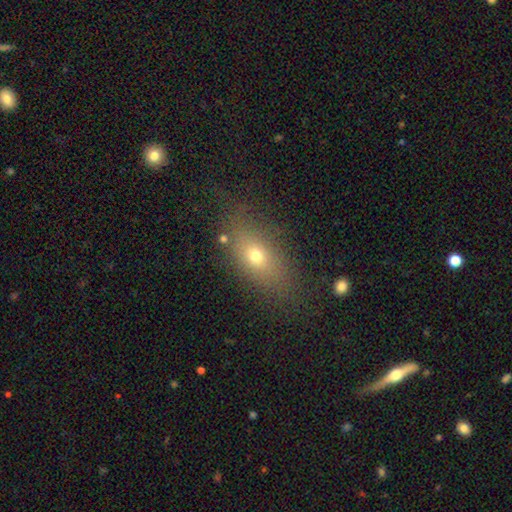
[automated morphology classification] A smooth galaxy with no disk features (66%) that is in between round and cigar-shaped (72%). Merging: none (75%).